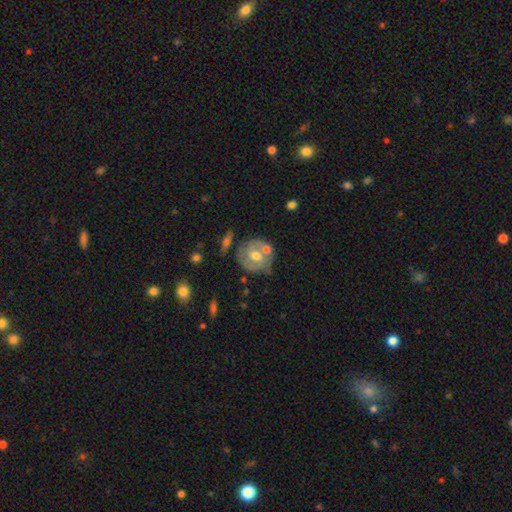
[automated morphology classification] A featured or disk galaxy (53%) with no bar (66%), no spiral arms (51%) and a moderate central bulge (76%).

Vote fractions:
- Smooth or featured? featured or disk: 53% / smooth: 40% / star or artifact: 7%
- Edge-on disk? no: 95% / yes: 5%
- Bar? no: 66% / weak: 28% / strong: 6%
- Spiral arms? no: 51% / yes: 49%
- Bulge size? moderate: 76% / small: 15% / large: 7% / none: 1% / dominant: 1%
- Merging? none: 58% / merger: 20% / minor disturbance: 16% / major disturbance: 5%